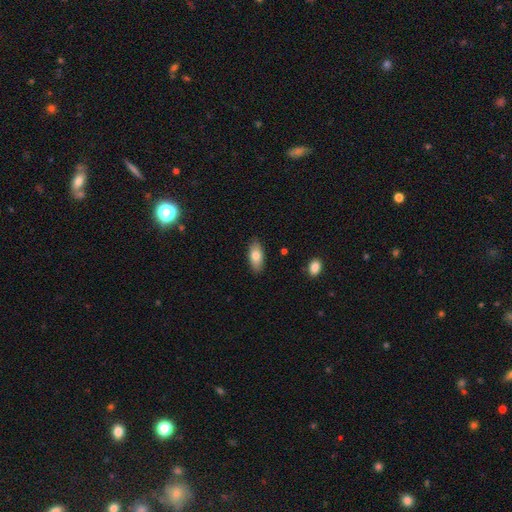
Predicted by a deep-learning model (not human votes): Smooth or featured?
  - smooth: 77% *
  - featured or disk: 16%
  - star or artifact: 6%
How rounded?
  - in between: 85% *
  - cigar-shaped: 12%
  - round: 3%
Merging?
  - none: 87% *
  - minor disturbance: 10%
  - major disturbance: 2%
  - merger: 1%